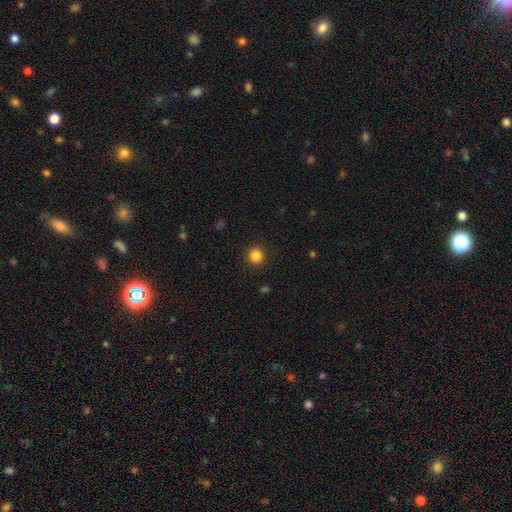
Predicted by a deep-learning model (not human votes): Q: Smooth or featured?
A: smooth (85%); runner-up: star or artifact (11%)
Q: How rounded?
A: round (94%); runner-up: in between (5%)
Q: Merging?
A: none (92%); runner-up: minor disturbance (5%)